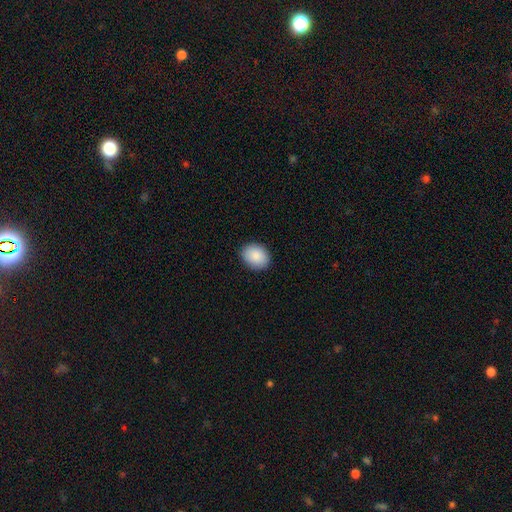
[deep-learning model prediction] This is clearly a smooth galaxy (89%). How rounded: possibly in between (58%). Merging: clearly none (89%).